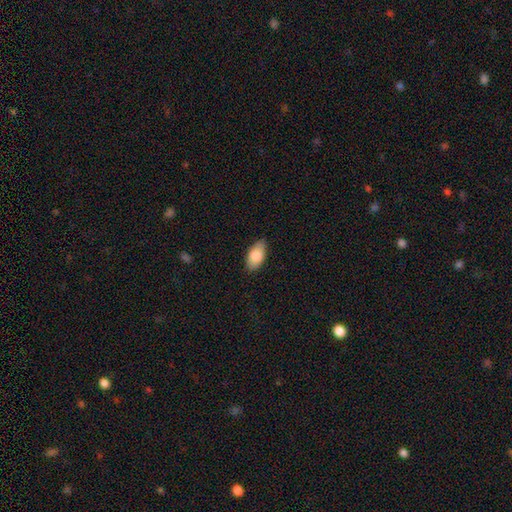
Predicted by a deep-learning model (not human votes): Smooth or featured?
  - smooth: 83% *
  - featured or disk: 10%
  - star or artifact: 6%
How rounded?
  - in between: 93% *
  - cigar-shaped: 4%
  - round: 3%
Merging?
  - none: 80% *
  - minor disturbance: 16%
  - major disturbance: 3%
  - merger: 1%